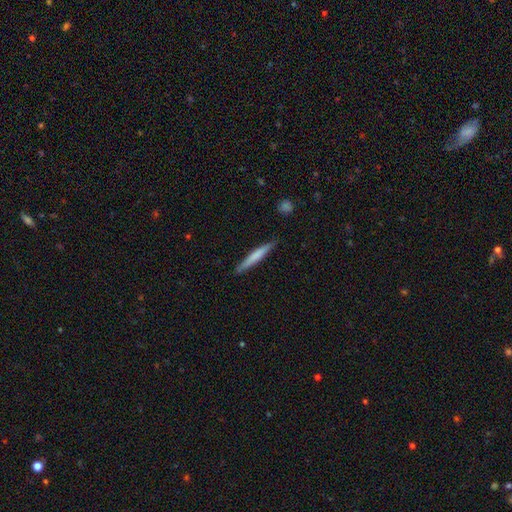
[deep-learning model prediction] smooth-or-featured: smooth: 64% | featured or disk: 31% | star or artifact: 5%
  how-rounded: cigar-shaped: 96% | in between: 3% | round: 1%
  merging: none: 88% | minor disturbance: 9% | major disturbance: 2% | merger: 1%